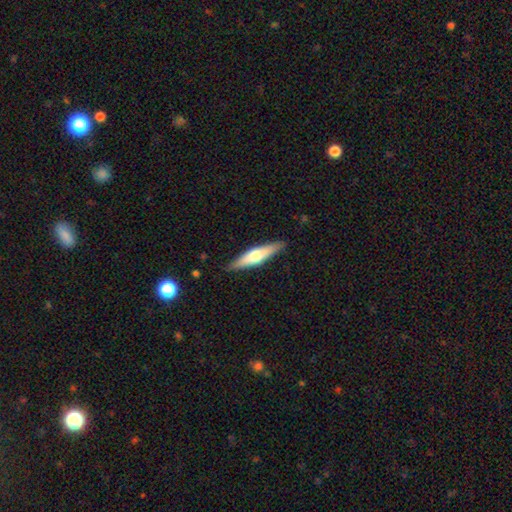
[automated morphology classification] Smooth or featured? Predicted: featured or disk (p=0.48). Merging? Predicted: none (p=0.88).